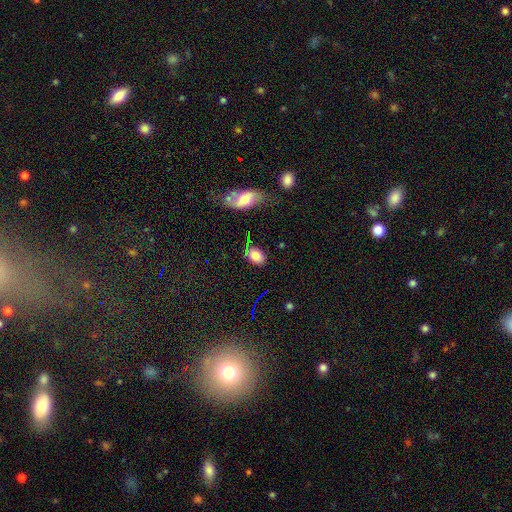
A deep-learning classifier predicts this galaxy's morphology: A smooth galaxy with no disk features (78%) that is in between round and cigar-shaped (75%).

Vote fractions:
- Smooth or featured? smooth: 78% / star or artifact: 12% / featured or disk: 9%
- How rounded? in between: 75% / round: 23% / cigar-shaped: 2%
- Merging? none: 74% / minor disturbance: 16% / merger: 5% / major disturbance: 5%